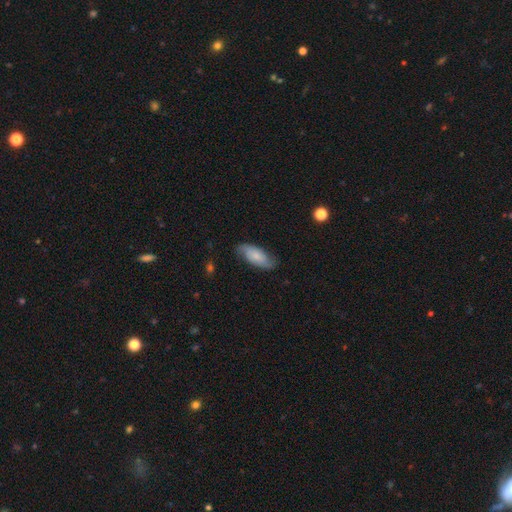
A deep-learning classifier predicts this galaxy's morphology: type=smooth (56%); roundness=in between (83%); merging=none (75%).